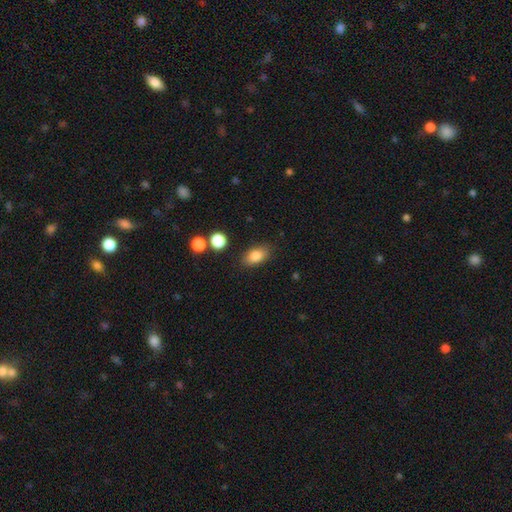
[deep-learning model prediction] Smooth or featured? Predicted: smooth (p=0.83). How rounded? Predicted: in between (p=0.86). Merging? Predicted: none (p=0.83).